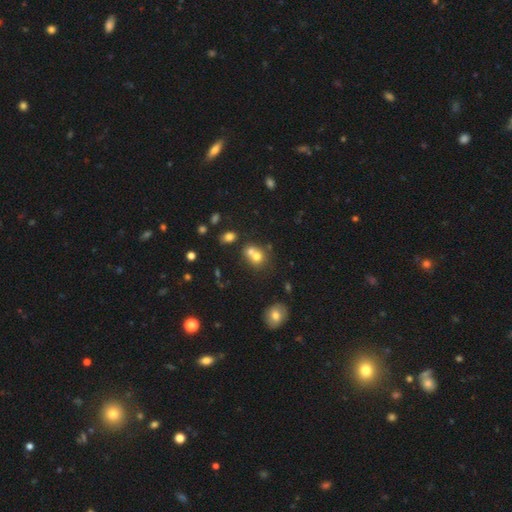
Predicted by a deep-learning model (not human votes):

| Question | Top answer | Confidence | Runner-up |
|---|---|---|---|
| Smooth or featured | smooth | 69% | featured or disk (17%) |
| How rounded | round | 71% | in between (28%) |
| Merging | merger | 56% | none (33%) |